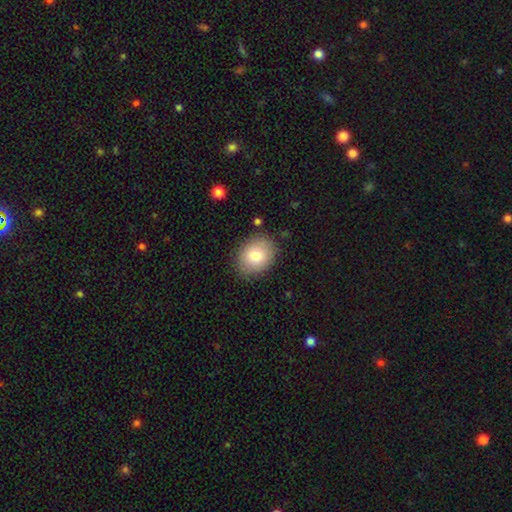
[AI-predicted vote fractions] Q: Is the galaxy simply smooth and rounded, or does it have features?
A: smooth — 80%.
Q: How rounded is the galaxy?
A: in between — 55%.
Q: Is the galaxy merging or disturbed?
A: none — 84%.